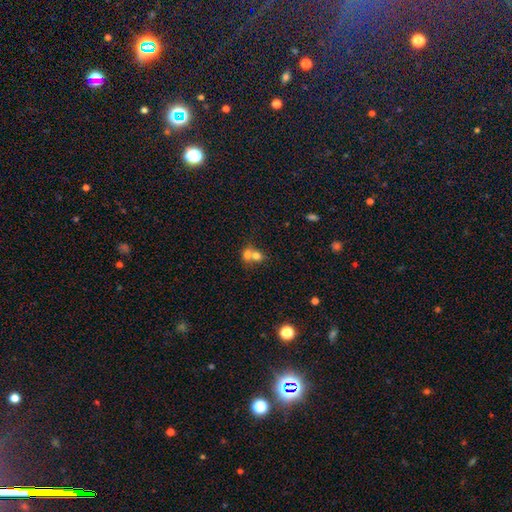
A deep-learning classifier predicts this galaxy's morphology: Smooth or featured: smooth — 71% (featured or disk — 17%)
How rounded: round — 64% (in between — 35%)
Merging: merger — 71% (none — 22%)